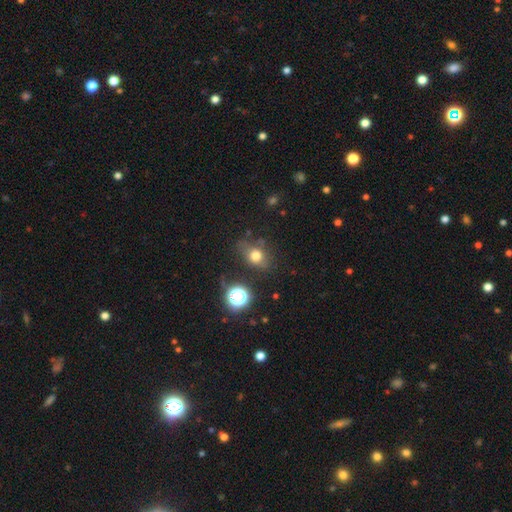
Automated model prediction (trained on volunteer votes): smooth_or_featured: smooth (p=0.70) [alt: star or artifact p=0.17]
how_rounded: in between (p=0.54) [alt: round p=0.44]
merging: none (p=0.70) [alt: minor disturbance p=0.19]